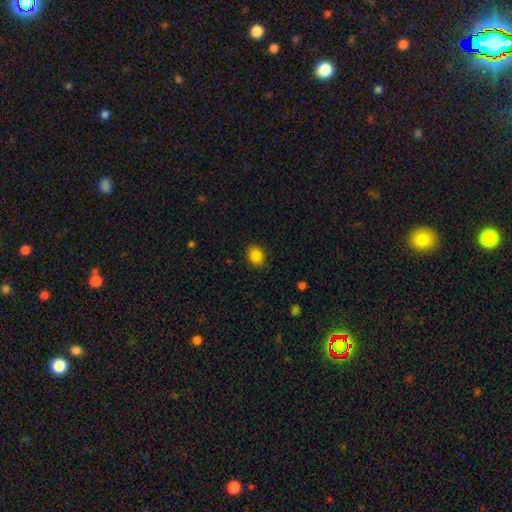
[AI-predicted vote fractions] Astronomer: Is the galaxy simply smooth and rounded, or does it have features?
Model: smooth — 86%.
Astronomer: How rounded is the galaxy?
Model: round — 51% (runner-up: in between, 48%).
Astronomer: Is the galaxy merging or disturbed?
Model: none — 89%.